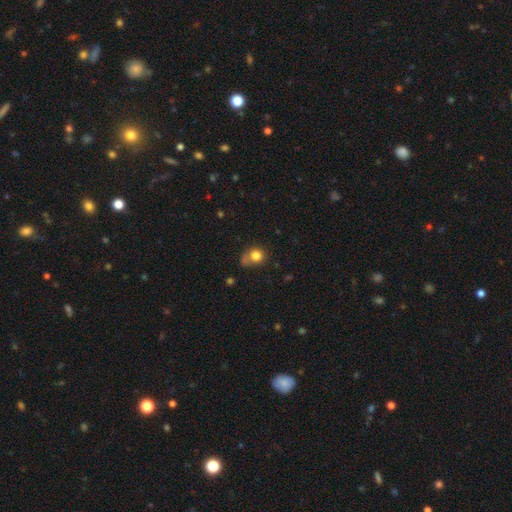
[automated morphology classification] This appears to be a smooth galaxy with no disk features (80%) that is round (71%). Merging: none (44%).